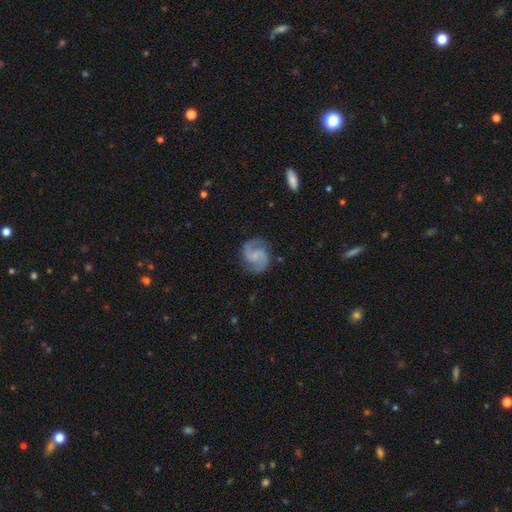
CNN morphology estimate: Overall: featured or disk (87%). Edge-on disk: no (98%). Bar: no (50%; weak 42%). Spiral arms: yes (98%). Spiral arm count: 2 (93%). Spiral winding: medium (59%; tight 21%). Bulge size: none (47%; small 38%). Merging: none (82%).